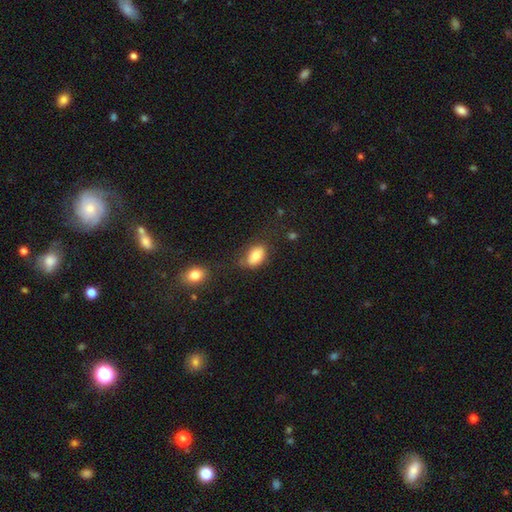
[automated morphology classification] Overall: smooth (82%). How rounded: in between (88%). Merging: none (65%).